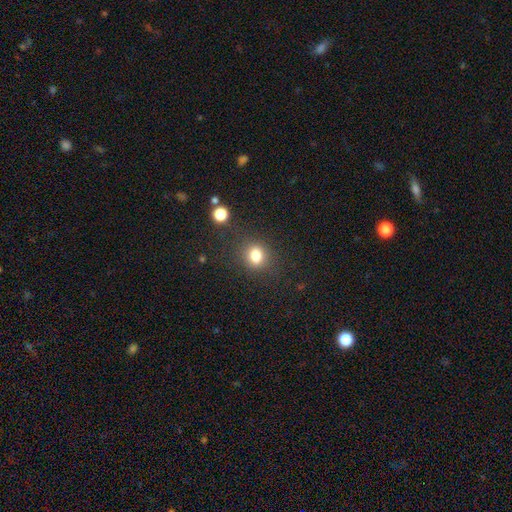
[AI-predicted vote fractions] smooth-or-featured: smooth: 80% | star or artifact: 13% | featured or disk: 7%
  how-rounded: round: 65% | in between: 34% | cigar-shaped: 1%
  merging: none: 82% | minor disturbance: 11% | major disturbance: 4% | merger: 3%